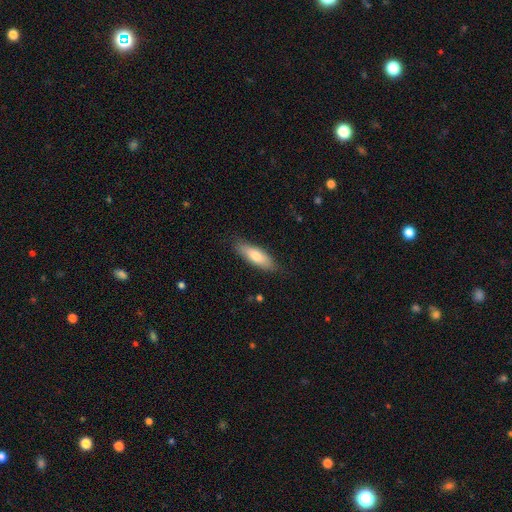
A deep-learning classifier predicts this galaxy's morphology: Smooth or featured: smooth — 72% (featured or disk — 22%)
How rounded: in between — 55% (cigar-shaped — 43%)
Merging: none — 84% (minor disturbance — 13%)